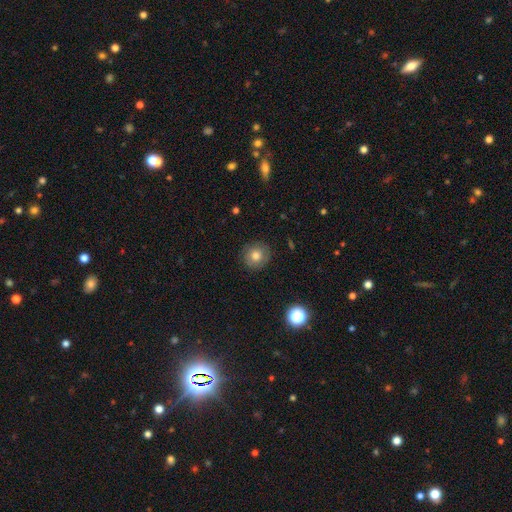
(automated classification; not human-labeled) smooth 72%, featured or disk 17%, star or artifact 11%. Down the decision tree: how rounded — round (91%); merging — none (87%).